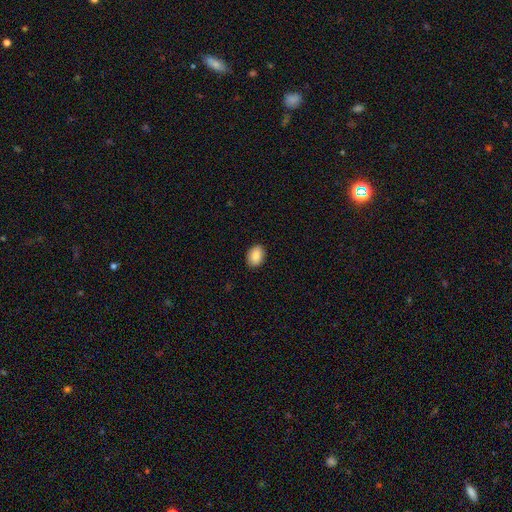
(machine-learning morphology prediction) smooth 87%, star or artifact 7%, featured or disk 6%. Down the decision tree: how rounded — in between (79%); merging — none (89%).